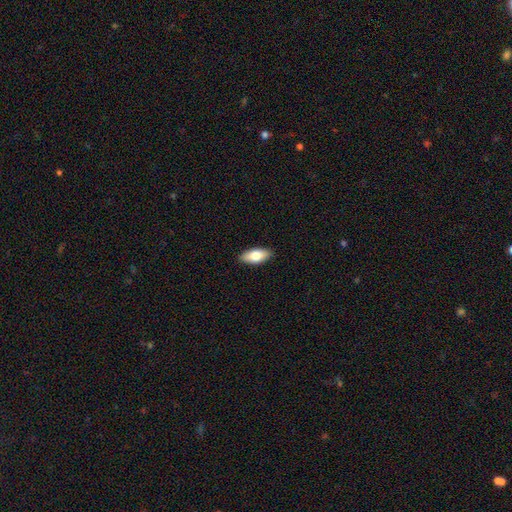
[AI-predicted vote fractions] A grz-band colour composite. It shows a smooth galaxy with no disk features (77%) that is in between round and cigar-shaped (87%). Merging: none (90%).